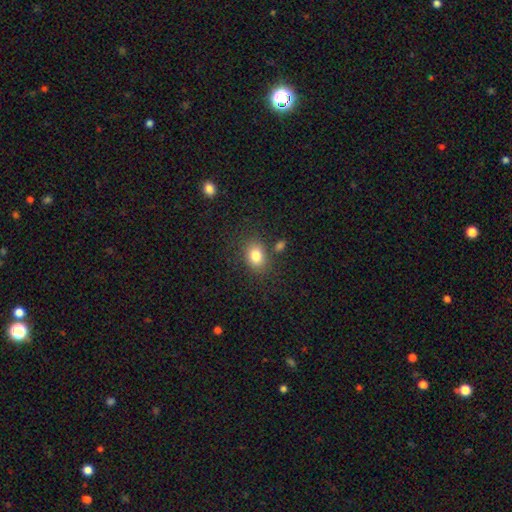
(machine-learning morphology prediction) A smooth galaxy with no disk features (82%) that is in between round and cigar-shaped (65%). Merging: none (76%).